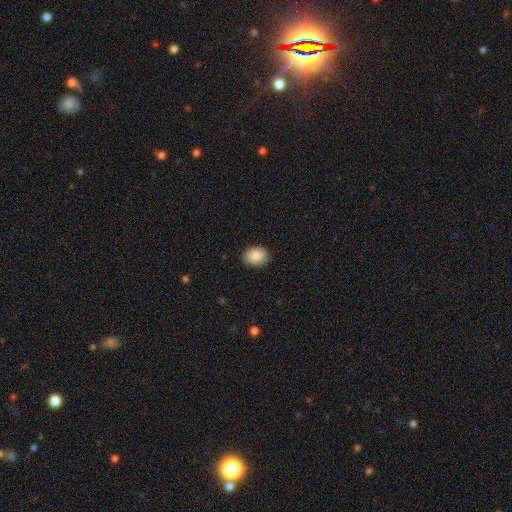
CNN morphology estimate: type=smooth (89%); roundness=in between (66%); merging=none (84%).